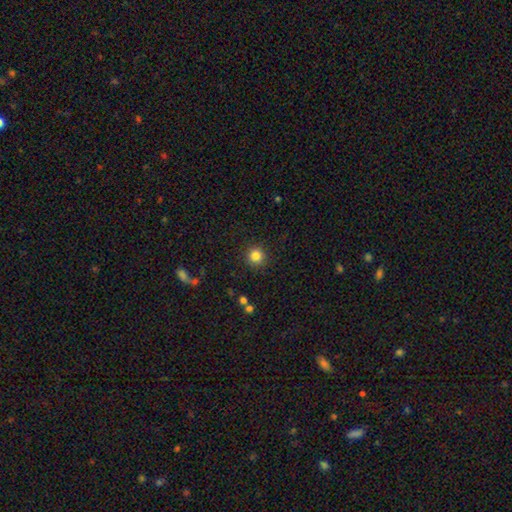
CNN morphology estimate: smooth-or-featured: smooth: 84% | star or artifact: 11% | featured or disk: 6%
  how-rounded: round: 94% | in between: 5% | cigar-shaped: 1%
  merging: none: 90% | minor disturbance: 6% | major disturbance: 2% | merger: 1%